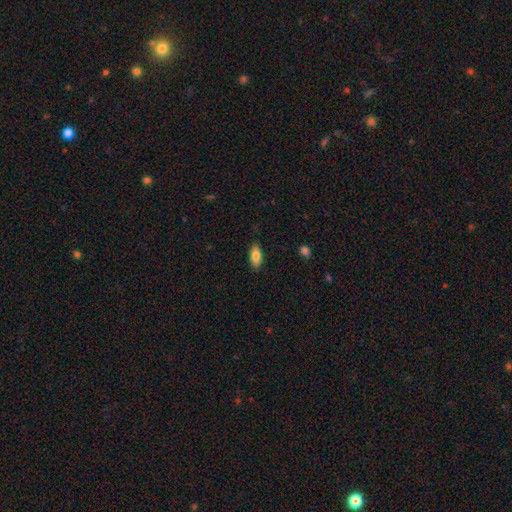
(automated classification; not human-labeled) Smooth or featured? Predicted: smooth (p=0.82). How rounded? Predicted: in between (p=0.86). Merging? Predicted: none (p=0.87).